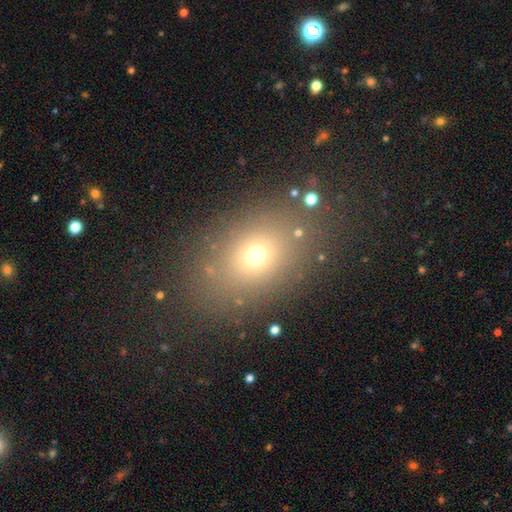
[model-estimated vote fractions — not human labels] This is likely a smooth galaxy (67%). How rounded: likely in between (61%). Merging: clearly none (81%).